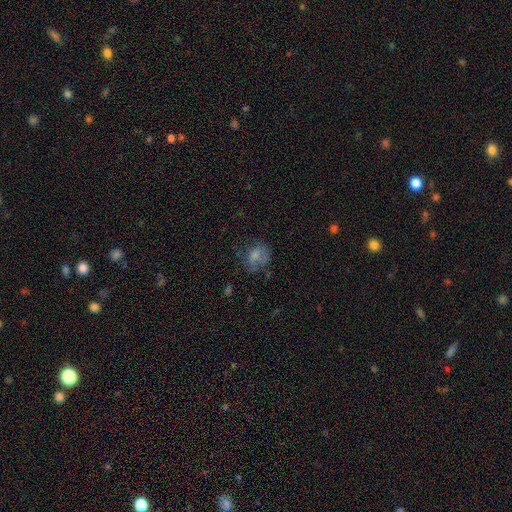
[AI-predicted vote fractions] smooth-or-featured: smooth: 70% | featured or disk: 19% | star or artifact: 11%
  how-rounded: round: 59% | in between: 40% | cigar-shaped: 1%
  merging: none: 48% | minor disturbance: 27% | major disturbance: 22% | merger: 3%